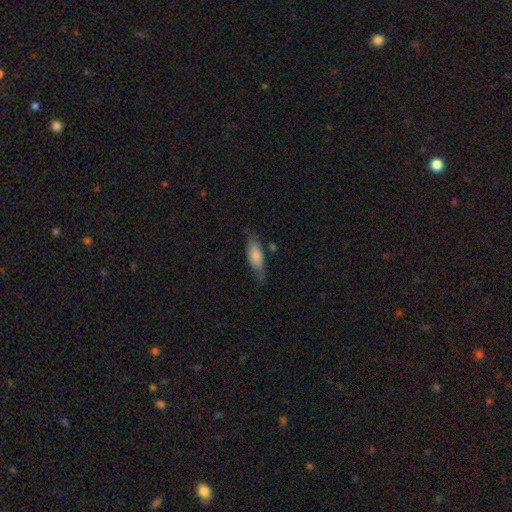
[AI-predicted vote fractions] A smooth galaxy with no disk features (76%) that is in between round and cigar-shaped (68%). Merging: none (64%).